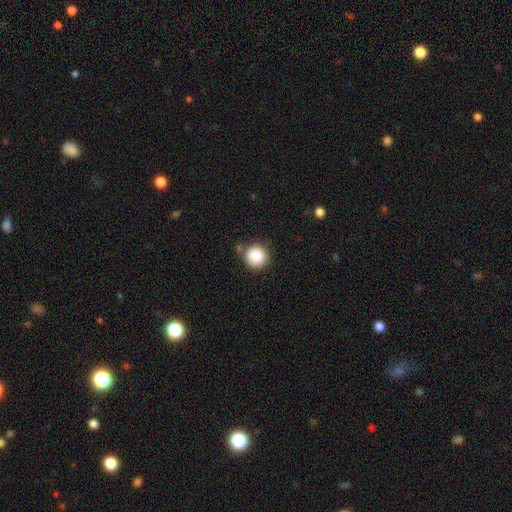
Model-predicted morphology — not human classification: The model was most divided on "merging": none: 76%, minor disturbance: 15%, merger: 6%, major disturbance: 4%. More confident: how rounded — round (91%); smooth or featured — smooth (88%).